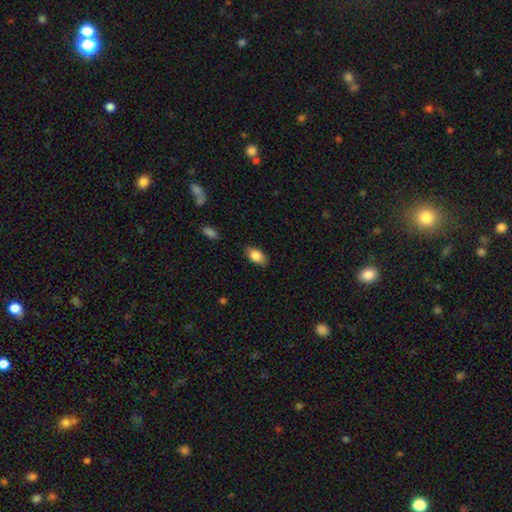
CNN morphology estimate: smooth 86%, star or artifact 7%, featured or disk 7%. Down the decision tree: how rounded — in between (91%); merging — none (81%).